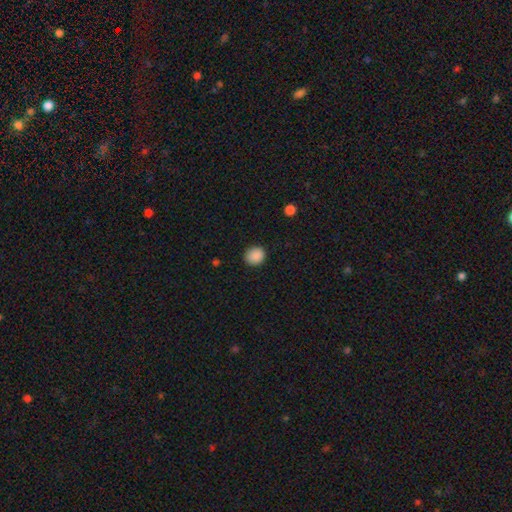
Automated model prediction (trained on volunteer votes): smooth-or-featured: smooth: 89% | star or artifact: 9% | featured or disk: 3%
  how-rounded: round: 78% | in between: 21% | cigar-shaped: 1%
  merging: none: 88% | minor disturbance: 9% | major disturbance: 2% | merger: 1%